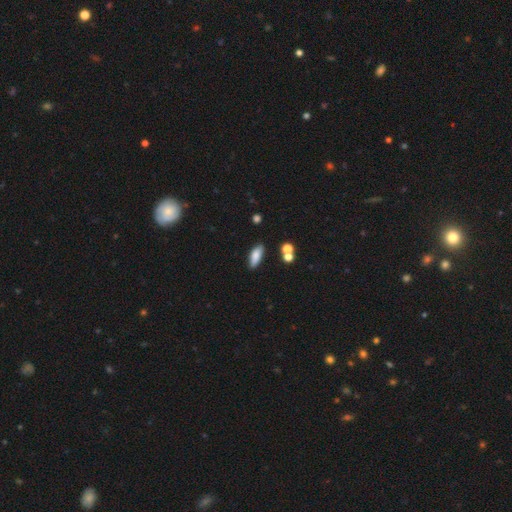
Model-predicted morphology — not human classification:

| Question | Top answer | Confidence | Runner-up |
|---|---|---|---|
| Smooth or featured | smooth | 80% | featured or disk (11%) |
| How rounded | in between | 70% | cigar-shaped (27%) |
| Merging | none | 78% | minor disturbance (14%) |